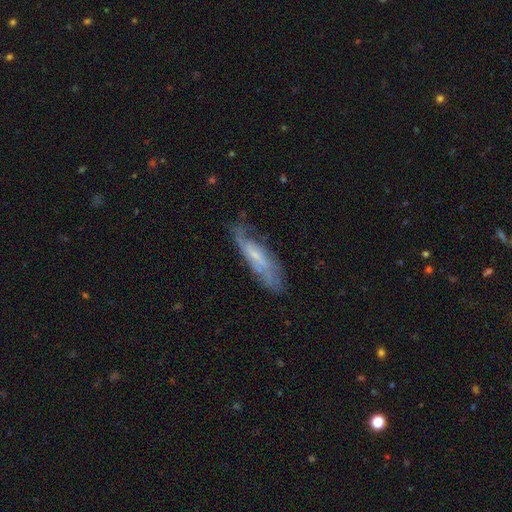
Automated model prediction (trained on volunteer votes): Morphology: type=featured or disk (67%); edge-on=no (72%); merging=none (64%).